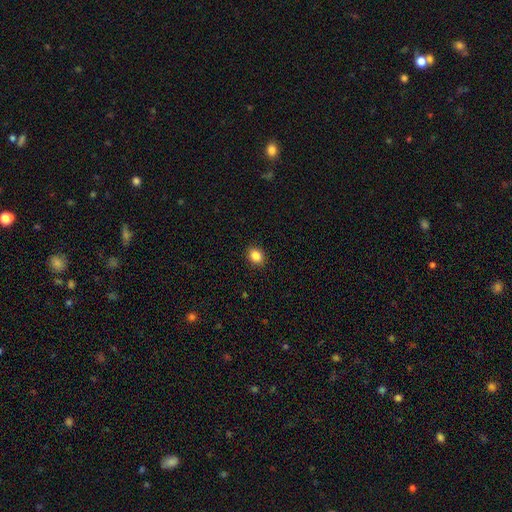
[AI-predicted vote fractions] smooth_or_featured: smooth (p=0.86) [alt: star or artifact p=0.10]
how_rounded: in between (p=0.55) [alt: round p=0.44]
merging: none (p=0.90) [alt: minor disturbance p=0.07]